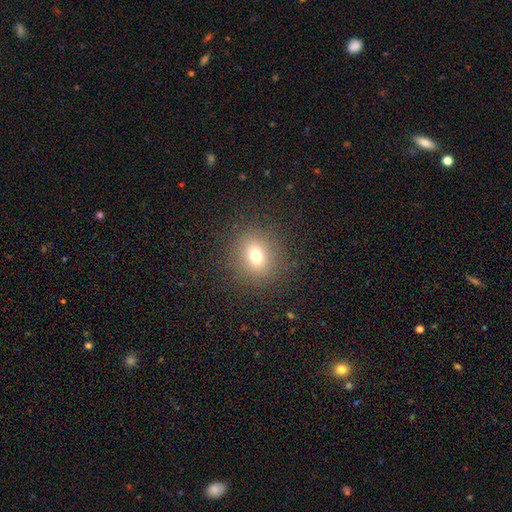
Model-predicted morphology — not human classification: Smooth or featured?
  - smooth: 72% *
  - star or artifact: 17%
  - featured or disk: 10%
How rounded?
  - round: 81% *
  - in between: 18%
  - cigar-shaped: 1%
Merging?
  - none: 88% *
  - minor disturbance: 7%
  - major disturbance: 4%
  - merger: 1%